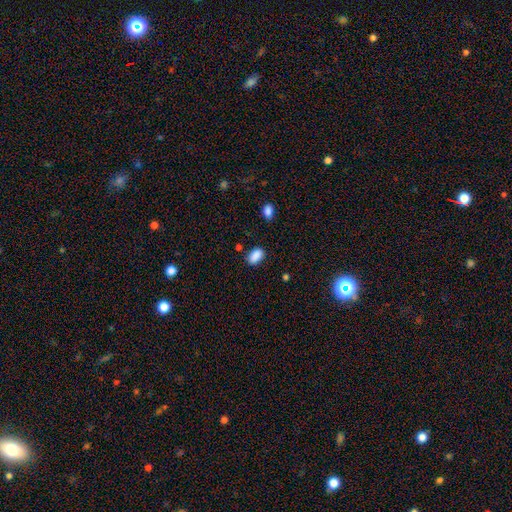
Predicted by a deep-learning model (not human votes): Smooth or featured? Predicted: smooth (p=0.88). How rounded? Predicted: in between (p=0.90). Merging? Predicted: none (p=0.78).